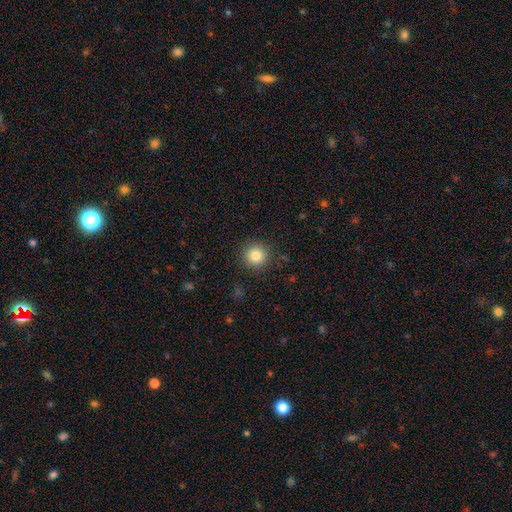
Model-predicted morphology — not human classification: The model was most divided on "smooth or featured": smooth: 84%, star or artifact: 11%, featured or disk: 5%. More confident: how rounded — round (94%); merging — none (90%).